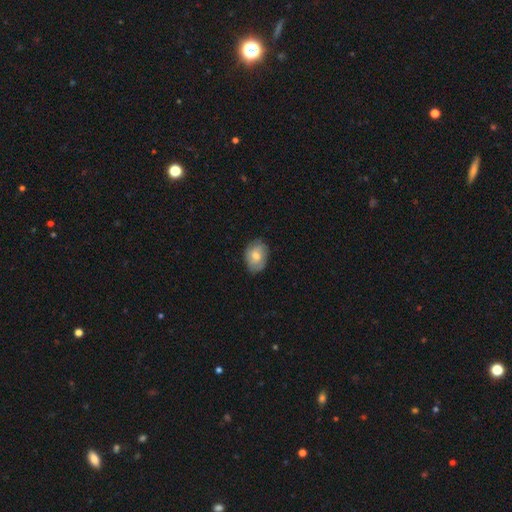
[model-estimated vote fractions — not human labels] The model was most divided on "smooth or featured": smooth: 63%, featured or disk: 29%, star or artifact: 7%. More confident: merging — none (78%); how rounded — in between (75%).